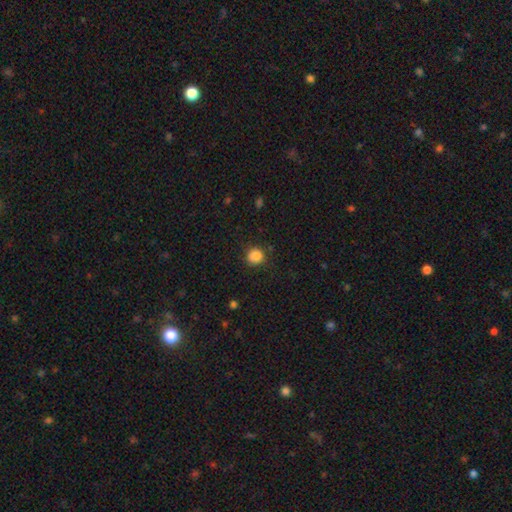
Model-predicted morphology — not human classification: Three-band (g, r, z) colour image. It shows a smooth galaxy with no disk features (86%) that is round (85%). Merging: none (85%).